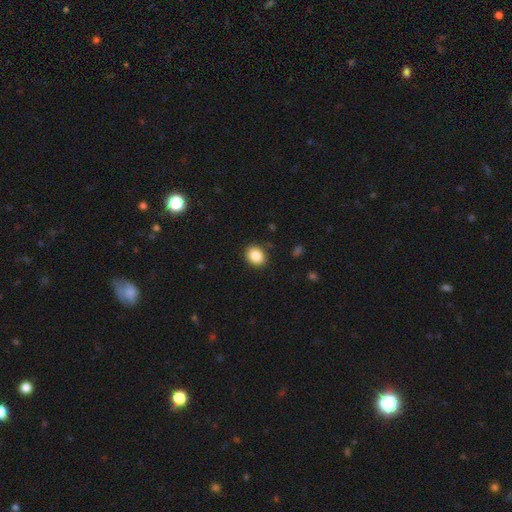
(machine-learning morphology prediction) This is clearly a smooth galaxy (87%). How rounded: possibly in between (54%). Merging: clearly none (88%).